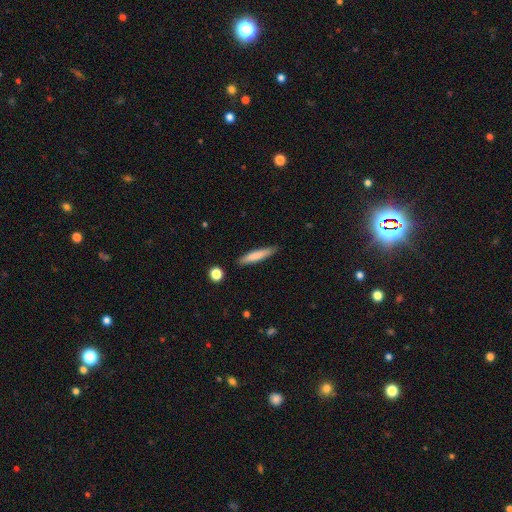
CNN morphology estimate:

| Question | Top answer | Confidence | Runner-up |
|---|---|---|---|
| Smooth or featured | smooth | 76% | featured or disk (18%) |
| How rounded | cigar-shaped | 89% | in between (9%) |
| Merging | none | 86% | minor disturbance (11%) |